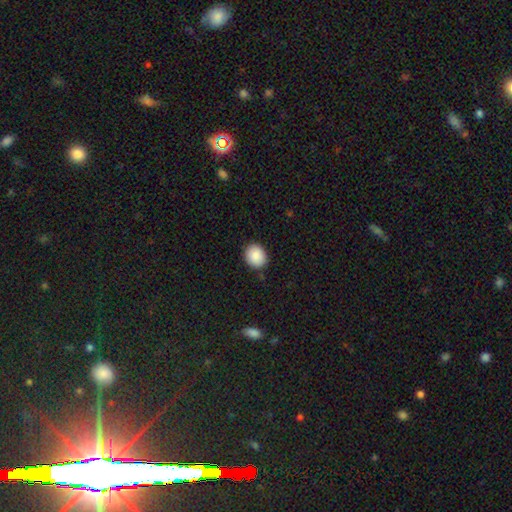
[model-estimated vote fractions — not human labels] This is clearly a smooth galaxy (89%). How rounded: likely round (65%). Merging: clearly none (87%).